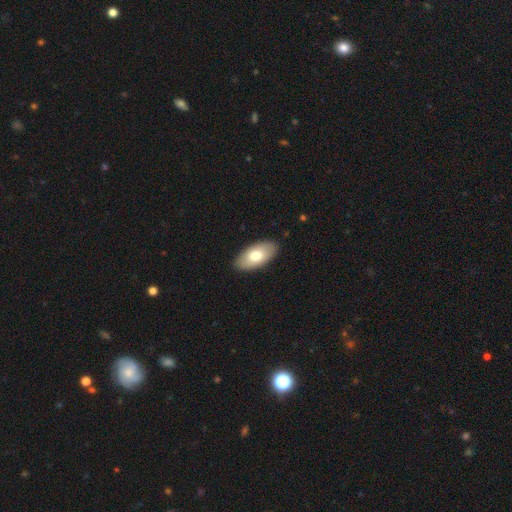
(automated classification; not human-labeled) smooth_or_featured: smooth (p=0.73) [alt: featured or disk p=0.21]
how_rounded: in between (p=0.94) [alt: cigar-shaped p=0.04]
merging: none (p=0.88) [alt: minor disturbance p=0.09]